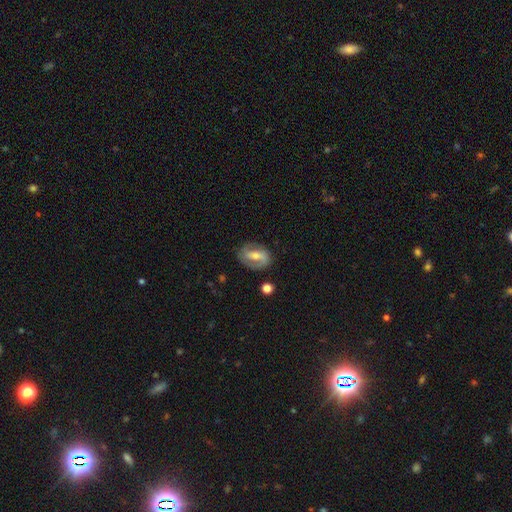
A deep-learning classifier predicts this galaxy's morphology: type=featured or disk (72%); edge-on=no (95%); bar=strong (43%); spiral arms=yes (85%); winding=medium (43%); arm count=2 (79%); bulge=moderate (53%); merging=none (77%).